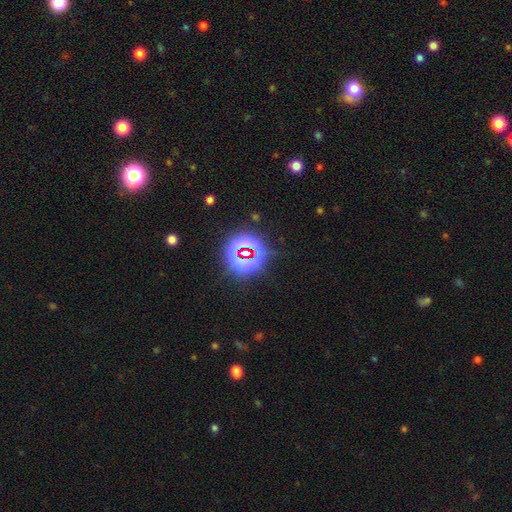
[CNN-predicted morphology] This appears to be a star or artifact, not a galaxy (76%).